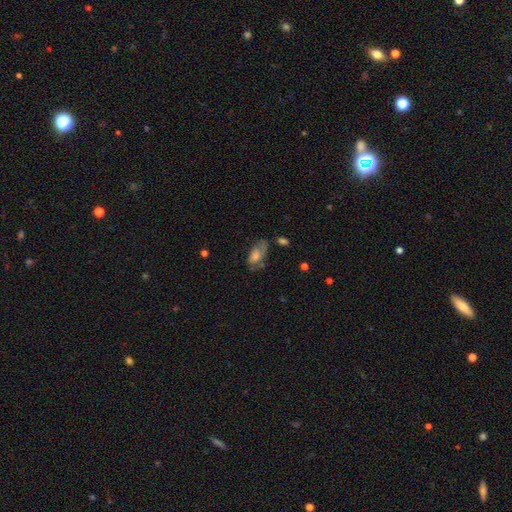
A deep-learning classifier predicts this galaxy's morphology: type=smooth (45%); merging=none (55%).